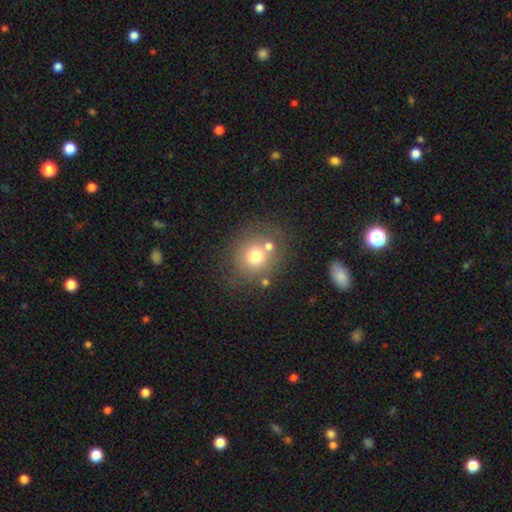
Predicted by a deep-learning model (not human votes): smooth 70%, featured or disk 16%, star or artifact 13%. Down the decision tree: how rounded — round (85%); merging — none (65%).